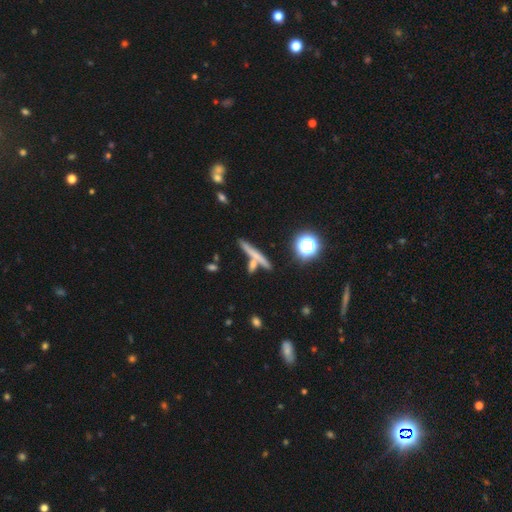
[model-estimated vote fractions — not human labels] Smooth or featured?
  - smooth: 52% *
  - featured or disk: 36%
  - star or artifact: 12%
How rounded?
  - cigar-shaped: 86% *
  - in between: 7%
  - round: 6%
Merging?
  - none: 65% *
  - merger: 21%
  - minor disturbance: 10%
  - major disturbance: 4%